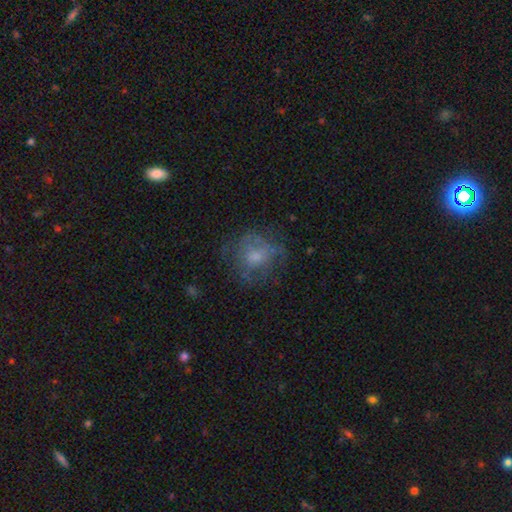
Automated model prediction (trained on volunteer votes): Overall: smooth (48%; featured or disk 39%). Merging: none (59%; minor disturbance 20%).